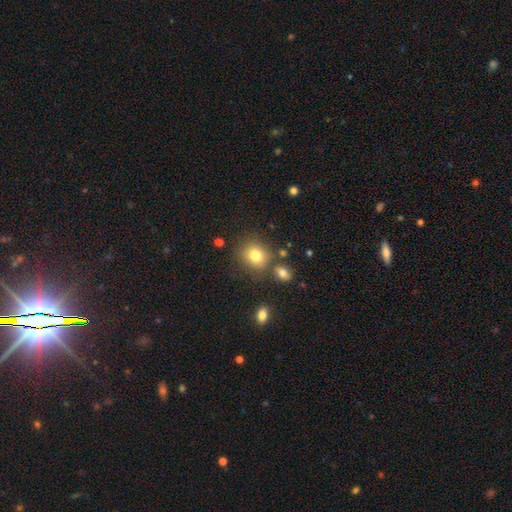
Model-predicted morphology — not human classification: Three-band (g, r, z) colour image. It shows a smooth galaxy with no disk features (79%) that is round (73%). Merging: none (75%).